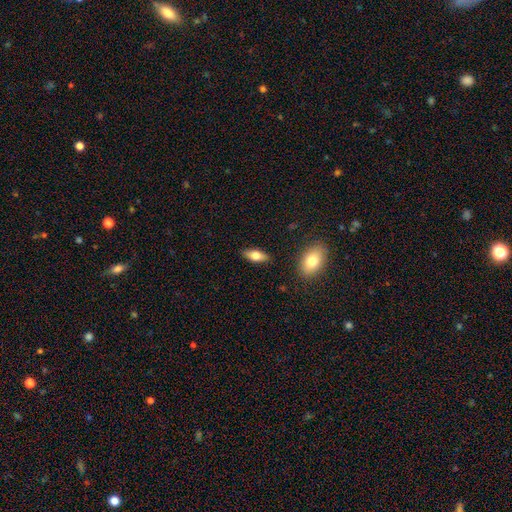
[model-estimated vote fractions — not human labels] Overall: smooth (67%). How rounded: in between (78%). Merging: none (87%).